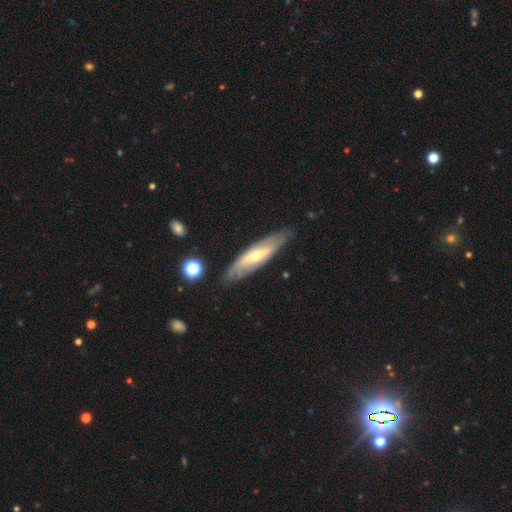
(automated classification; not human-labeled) featured or disk 59%, smooth 35%, star or artifact 6%. Down the decision tree: edge-on disk — no (51%); merging — none (82%).